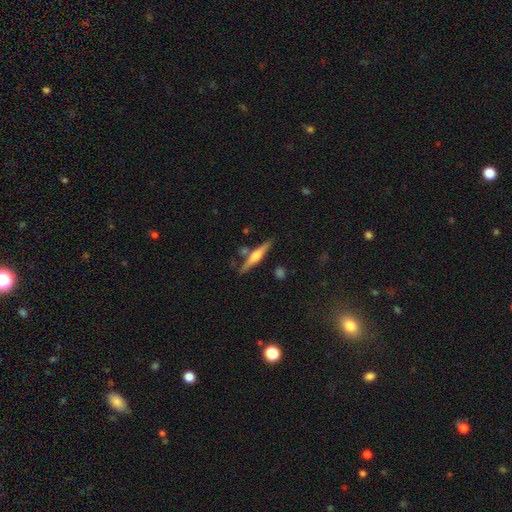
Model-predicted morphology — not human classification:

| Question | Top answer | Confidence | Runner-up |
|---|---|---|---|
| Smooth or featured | featured or disk | 62% | smooth (32%) |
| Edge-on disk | yes | 97% | no (3%) |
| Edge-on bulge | rounded | 86% | boxy (8%) |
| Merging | none | 79% | minor disturbance (11%) |